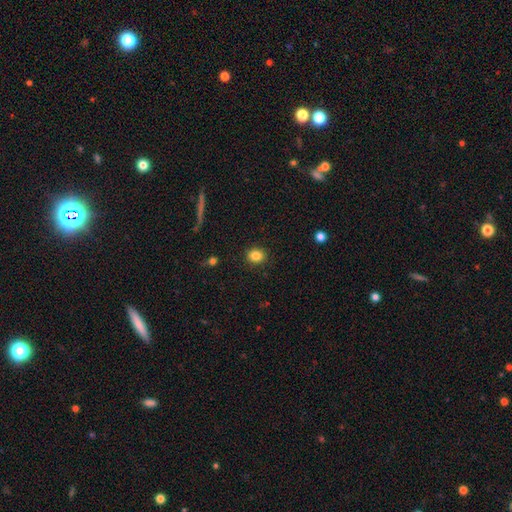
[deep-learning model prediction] A smooth galaxy with no disk features (84%) that is round (66%). Merging: none (90%).